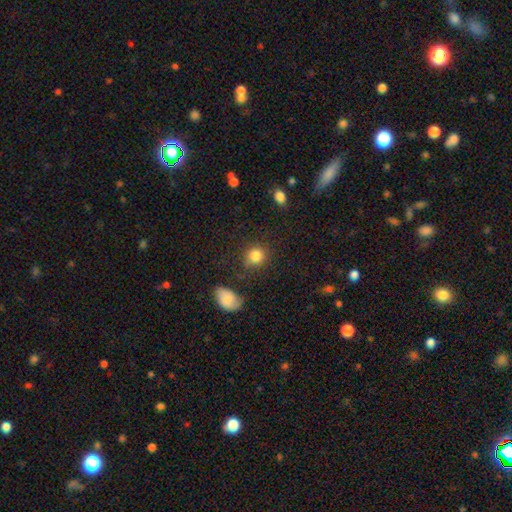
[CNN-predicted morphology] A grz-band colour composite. It shows a smooth galaxy with no disk features (85%) that is round (78%). Merging: none (78%).